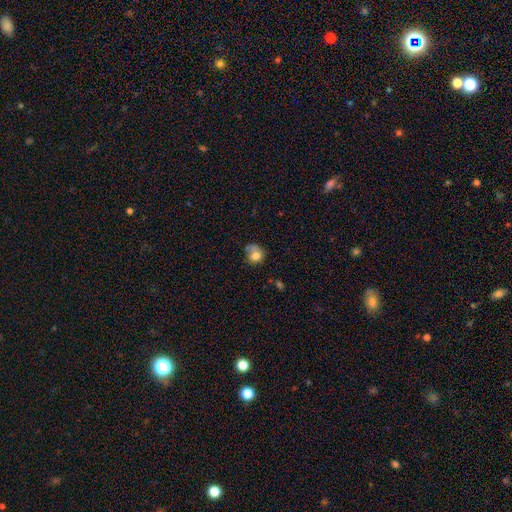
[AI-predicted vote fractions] This appears to be a smooth galaxy with no disk features (73%) that is round (67%). Merging: none (39%).